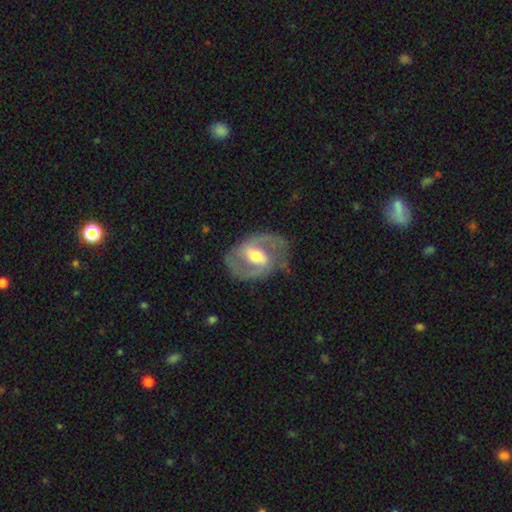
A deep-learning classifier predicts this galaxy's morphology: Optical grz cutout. It shows a featured or disk galaxy (85%) with a weak bar (46%), 2 (90%) medium (56%) spiral arms (90%) and a moderate central bulge (69%). Merging: none (72%).